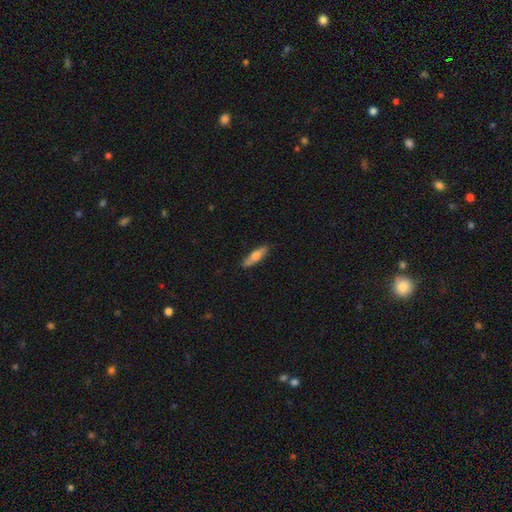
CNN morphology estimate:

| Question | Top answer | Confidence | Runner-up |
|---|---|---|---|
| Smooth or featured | smooth | 66% | featured or disk (28%) |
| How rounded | cigar-shaped | 68% | in between (30%) |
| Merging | none | 86% | minor disturbance (11%) |